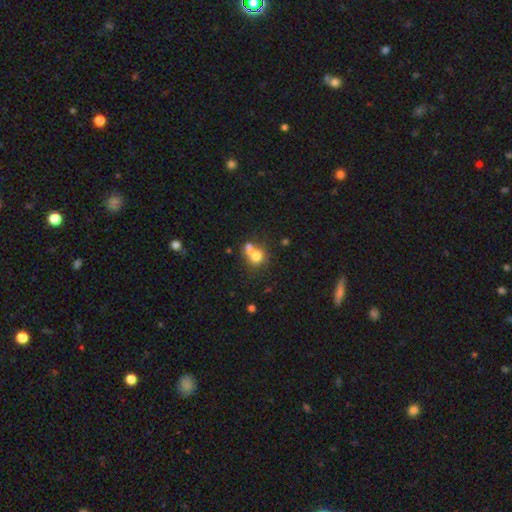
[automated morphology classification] smooth 69%, featured or disk 18%, star or artifact 13%. Down the decision tree: how rounded — round (71%); merging — merger (53%).